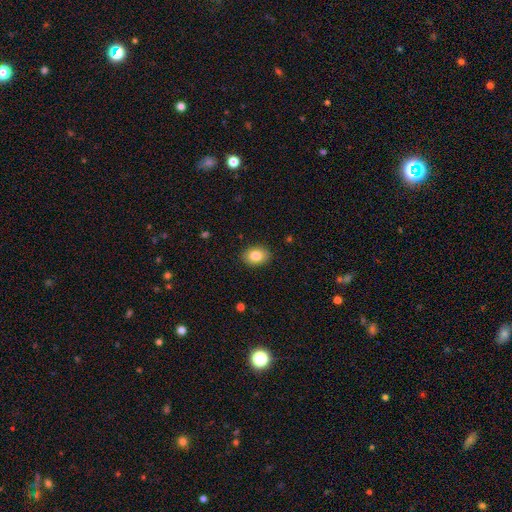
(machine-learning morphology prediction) The model was most divided on "how rounded": in between: 72%, round: 27%, cigar-shaped: 1%. More confident: merging — none (89%); smooth or featured — smooth (84%).